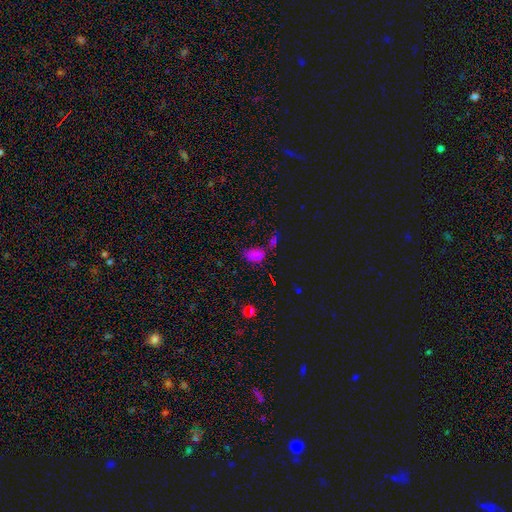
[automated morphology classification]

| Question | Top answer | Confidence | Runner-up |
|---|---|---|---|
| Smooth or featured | smooth | 68% | star or artifact (25%) |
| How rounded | in between | 89% | round (8%) |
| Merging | none | 48% | merger (22%) |